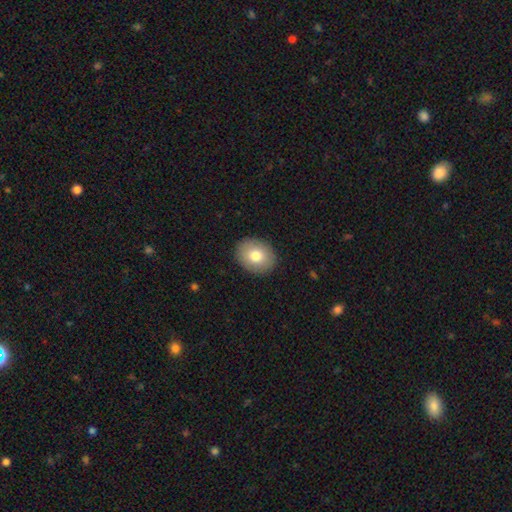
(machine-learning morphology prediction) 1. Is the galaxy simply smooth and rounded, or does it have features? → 78% smooth, 14% featured or disk, 8% star or artifact.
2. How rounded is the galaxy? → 53% in between, 46% round, 1% cigar-shaped.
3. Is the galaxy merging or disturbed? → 90% none, 7% minor disturbance, 2% major disturbance, 1% merger.